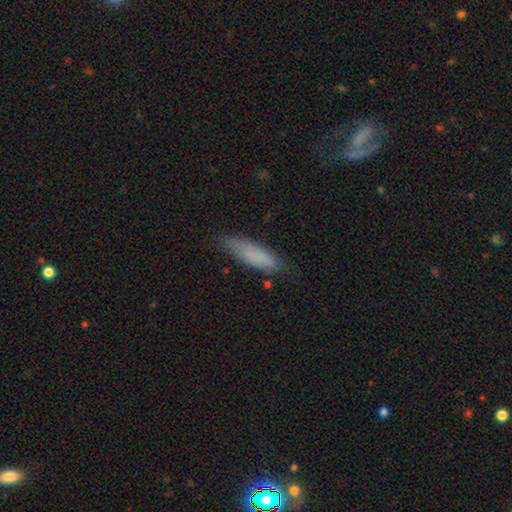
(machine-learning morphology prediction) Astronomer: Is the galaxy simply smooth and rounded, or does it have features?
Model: smooth — 82%.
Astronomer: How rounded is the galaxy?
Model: cigar-shaped — 63%.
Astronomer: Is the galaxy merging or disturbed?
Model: none — 76%.